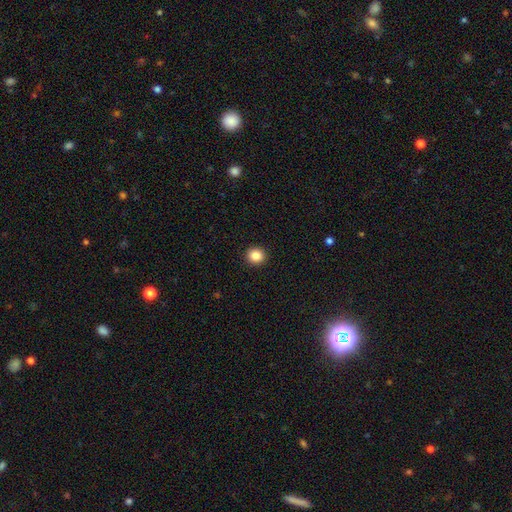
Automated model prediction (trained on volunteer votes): smooth_or_featured: smooth (p=0.85) [alt: star or artifact p=0.10]
how_rounded: round (p=0.91) [alt: in between p=0.08]
merging: none (p=0.93) [alt: minor disturbance p=0.04]